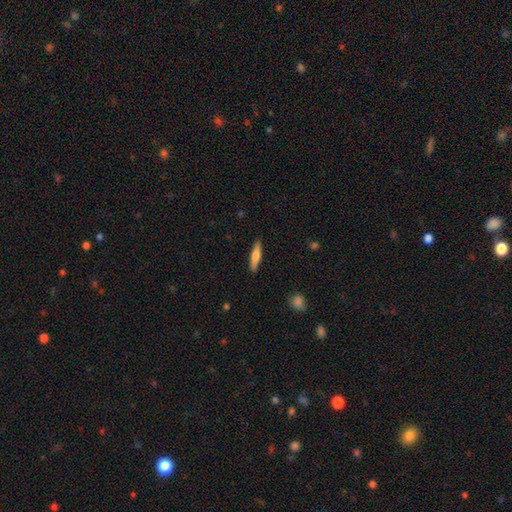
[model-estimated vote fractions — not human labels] A smooth galaxy with no disk features (66%) that is cigar-shaped (85%).

Vote fractions:
- Smooth or featured? smooth: 66% / featured or disk: 29% / star or artifact: 6%
- How rounded? cigar-shaped: 85% / in between: 14% / round: 2%
- Merging? none: 89% / minor disturbance: 8% / major disturbance: 2% / merger: 1%